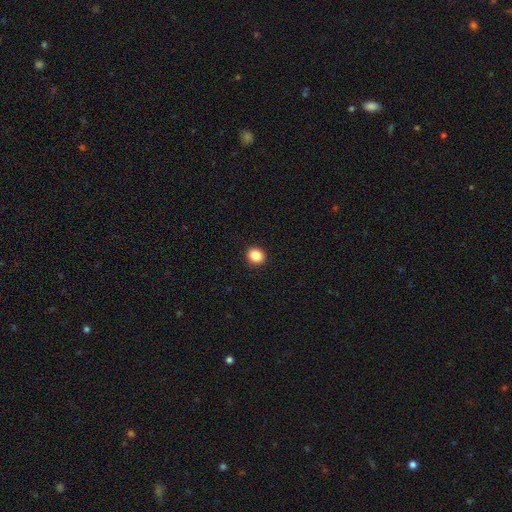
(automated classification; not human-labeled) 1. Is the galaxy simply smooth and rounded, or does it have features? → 87% smooth, 10% star or artifact, 3% featured or disk.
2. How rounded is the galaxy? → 79% round, 20% in between, 1% cigar-shaped.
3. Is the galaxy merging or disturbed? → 92% none, 6% minor disturbance, 2% major disturbance, 1% merger.